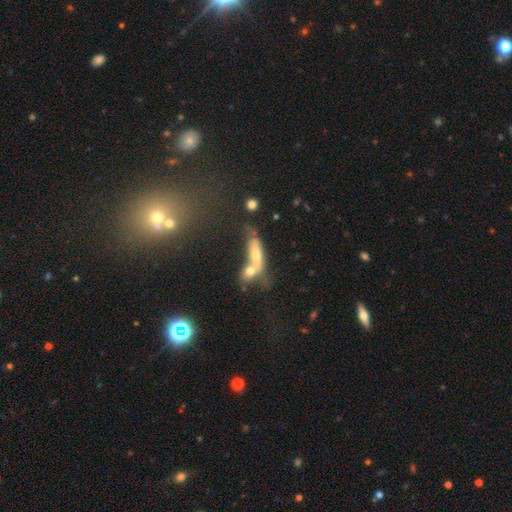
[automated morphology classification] type=smooth (47%); merging=merger (60%).